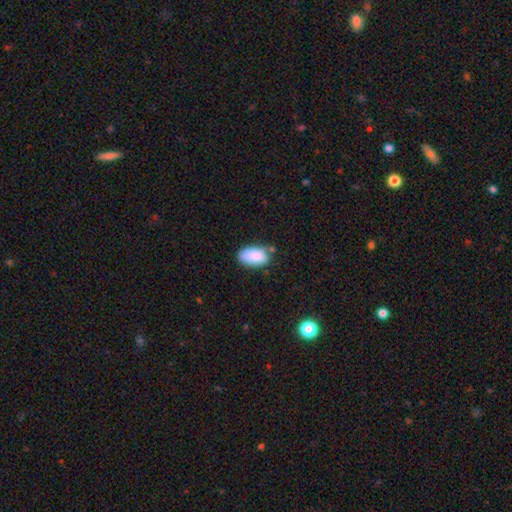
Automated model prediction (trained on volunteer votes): Overall: smooth (88%). How rounded: in between (93%). Merging: none (68%).